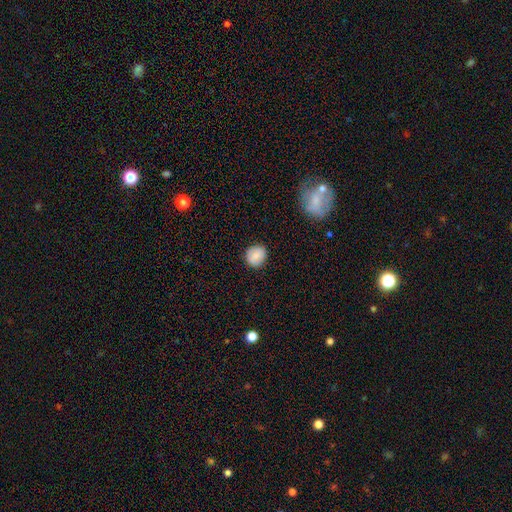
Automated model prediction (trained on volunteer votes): Overall: smooth (80%). How rounded: round (79%). Merging: none (86%).